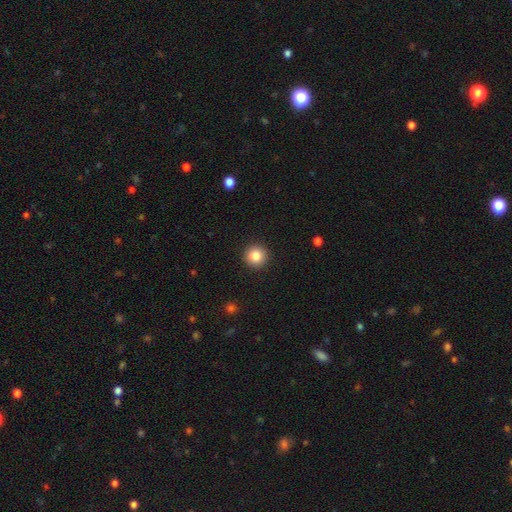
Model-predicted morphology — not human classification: Overall: smooth (84%). How rounded: round (95%). Merging: none (92%).